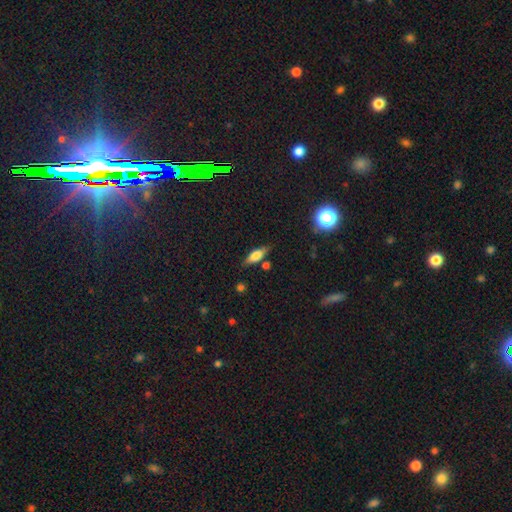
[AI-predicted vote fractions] smooth_or_featured: smooth (p=0.58) [alt: featured or disk p=0.33]
how_rounded: in between (p=0.54) [alt: cigar-shaped p=0.43]
merging: none (p=0.77) [alt: minor disturbance p=0.14]